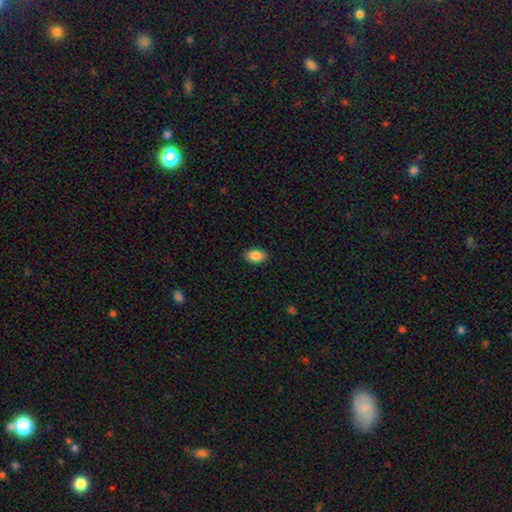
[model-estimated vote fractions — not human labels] Smooth or featured? Predicted: smooth (p=0.87). How rounded? Predicted: in between (p=0.88). Merging? Predicted: none (p=0.89).